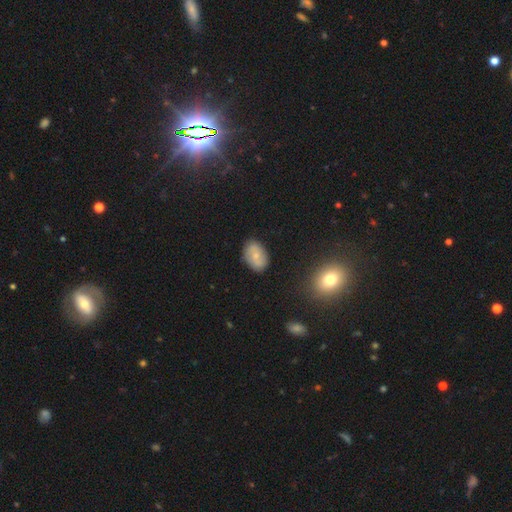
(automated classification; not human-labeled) A smooth galaxy with no disk features (62%) that is in between round and cigar-shaped (84%).

Vote fractions:
- Smooth or featured? smooth: 62% / featured or disk: 29% / star or artifact: 9%
- How rounded? in between: 84% / round: 15% / cigar-shaped: 1%
- Merging? none: 80% / minor disturbance: 15% / major disturbance: 3% / merger: 2%